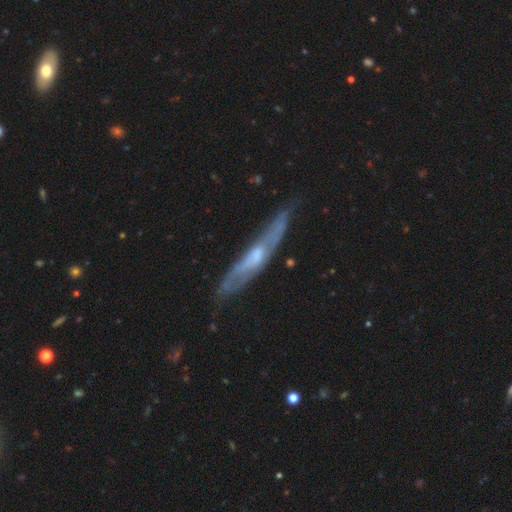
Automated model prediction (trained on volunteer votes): Smooth or featured?
  - featured or disk: 70% *
  - smooth: 22%
  - star or artifact: 7%
Edge-on disk?
  - yes: 73% *
  - no: 27%
Edge-on bulge?
  - rounded: 56% *
  - none: 37%
  - boxy: 8%
Merging?
  - none: 72% *
  - minor disturbance: 20%
  - major disturbance: 5%
  - merger: 2%